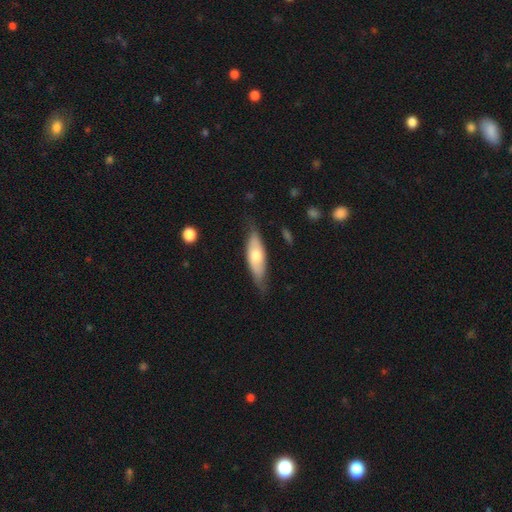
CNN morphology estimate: Overall: smooth (59%; featured or disk 36%). How rounded: in between (53%; cigar-shaped 45%). Merging: none (73%).